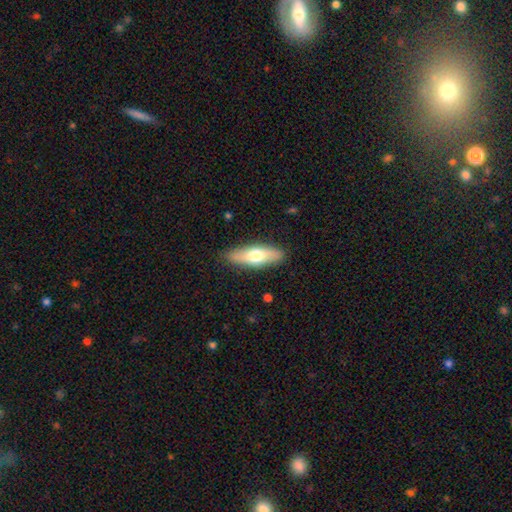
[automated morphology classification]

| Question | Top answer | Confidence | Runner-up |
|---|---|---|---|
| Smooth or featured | smooth | 63% | featured or disk (32%) |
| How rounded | in between | 56% | cigar-shaped (42%) |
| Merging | none | 87% | minor disturbance (10%) |